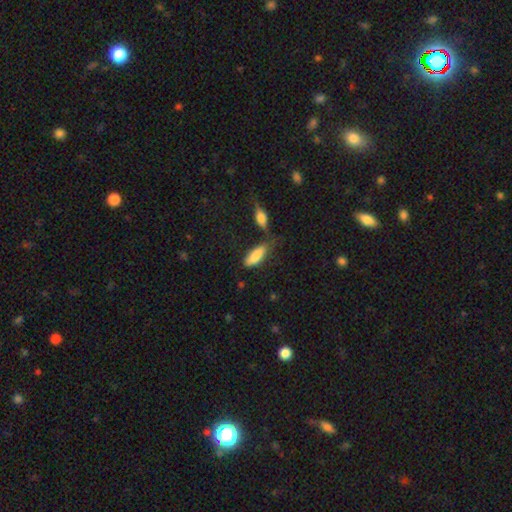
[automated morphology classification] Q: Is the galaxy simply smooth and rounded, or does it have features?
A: smooth — 82%.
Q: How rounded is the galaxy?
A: in between — 65%.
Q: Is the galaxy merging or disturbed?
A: none — 48%.